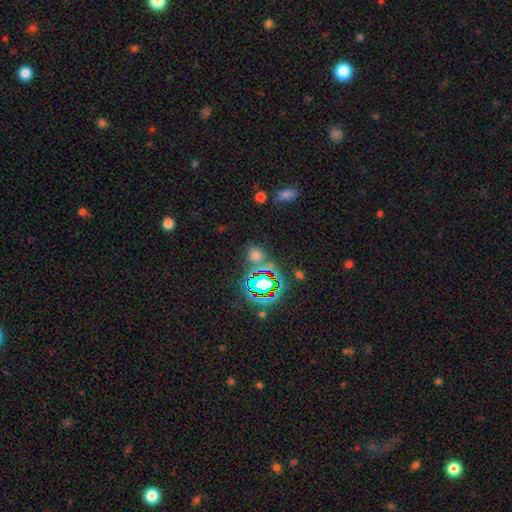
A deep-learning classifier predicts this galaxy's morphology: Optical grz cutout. It shows a smooth galaxy with no disk features (52%) that is round (75%). Merging: none (71%).